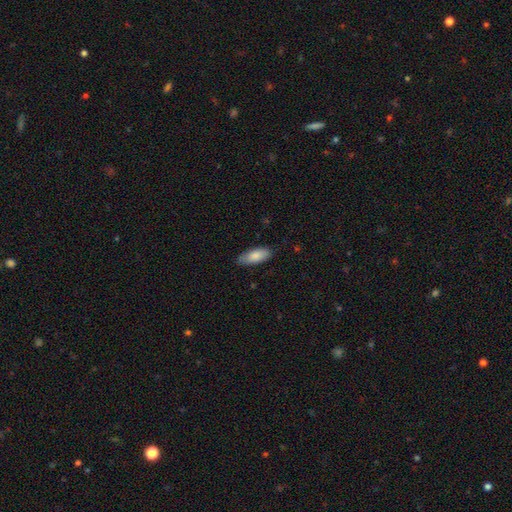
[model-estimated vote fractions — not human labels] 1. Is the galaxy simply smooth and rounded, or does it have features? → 84% smooth, 11% featured or disk, 6% star or artifact.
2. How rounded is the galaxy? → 81% in between, 18% cigar-shaped, 2% round.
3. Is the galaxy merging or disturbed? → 81% none, 15% minor disturbance, 3% major disturbance, 1% merger.